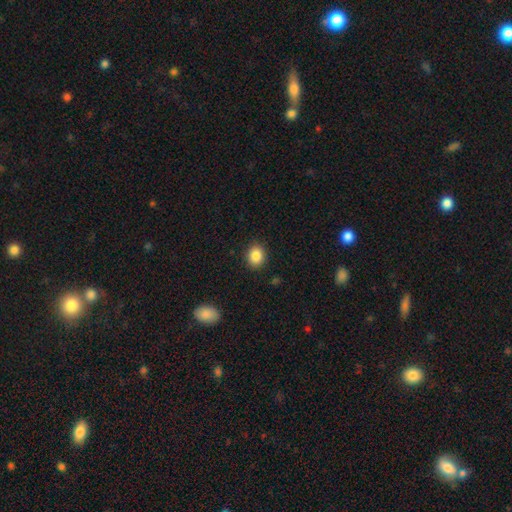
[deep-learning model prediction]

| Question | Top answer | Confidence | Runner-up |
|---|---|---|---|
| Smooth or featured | smooth | 87% | star or artifact (9%) |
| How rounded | round | 58% | in between (41%) |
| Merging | none | 89% | minor disturbance (7%) |